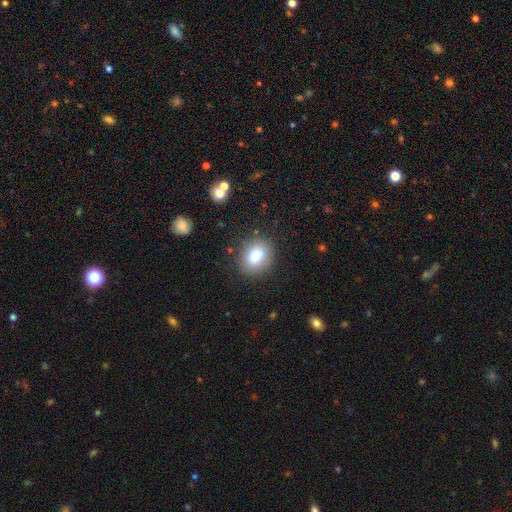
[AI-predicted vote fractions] This is clearly a smooth galaxy (82%). How rounded: possibly in between (51%). Merging: clearly none (82%).